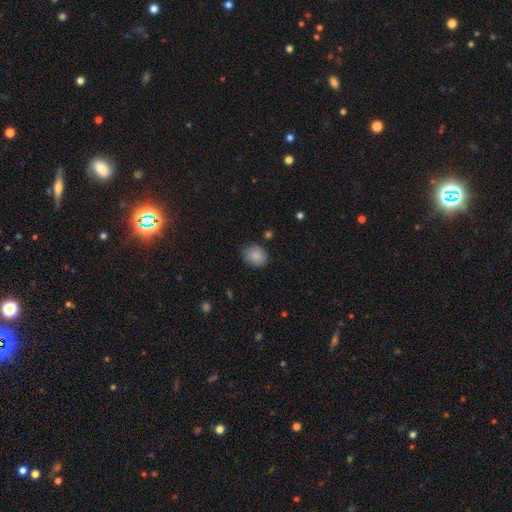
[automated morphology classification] Smooth or featured: smooth — 86% (star or artifact — 8%)
How rounded: round — 72% (in between — 27%)
Merging: none — 81% (minor disturbance — 14%)